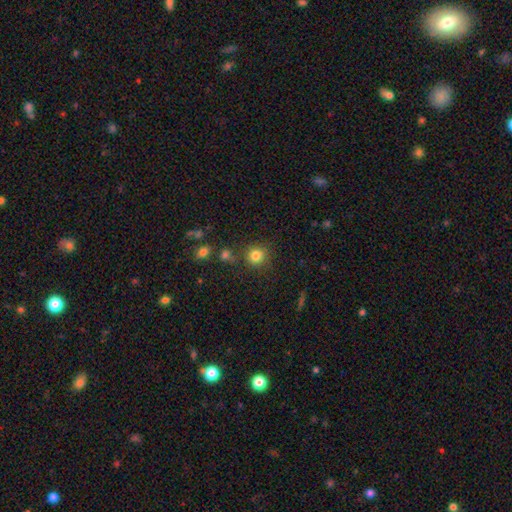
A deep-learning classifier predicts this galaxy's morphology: Smooth or featured? smooth (82%)
How rounded? round (89%)
Merging? none (81%)